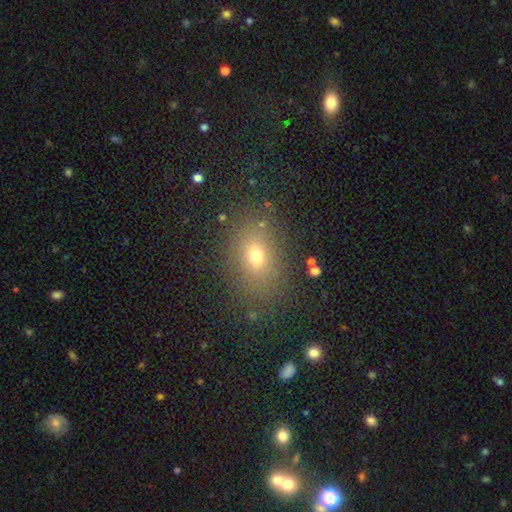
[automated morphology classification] Smooth or featured? Predicted: smooth (p=0.69). How rounded? Predicted: in between (p=0.74). Merging? Predicted: none (p=0.82).